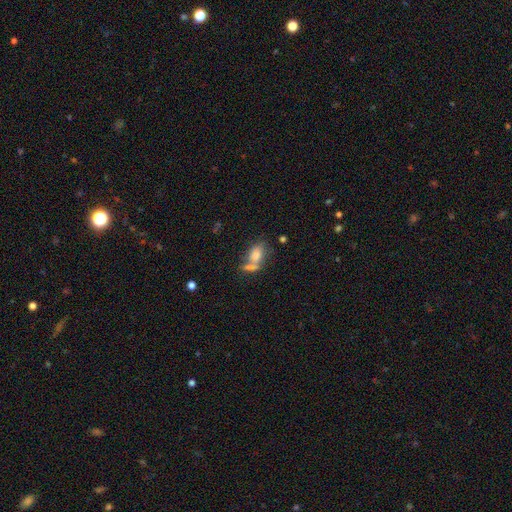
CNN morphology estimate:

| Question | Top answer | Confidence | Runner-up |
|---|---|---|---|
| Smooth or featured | smooth | 75% | featured or disk (15%) |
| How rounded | in between | 84% | round (13%) |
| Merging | merger | 42% | none (34%) |